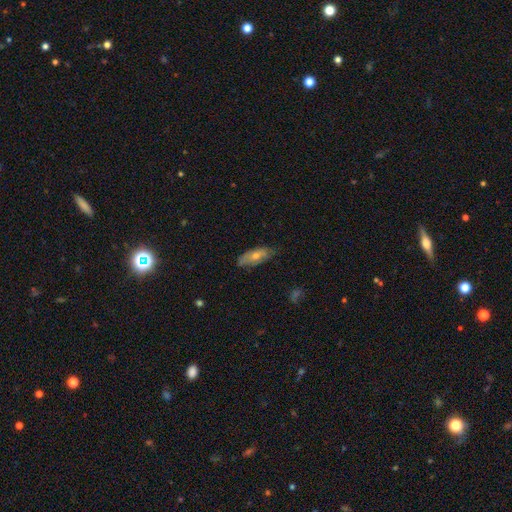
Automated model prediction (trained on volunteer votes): Smooth or featured? Predicted: smooth (p=0.49). Merging? Predicted: none (p=0.74).